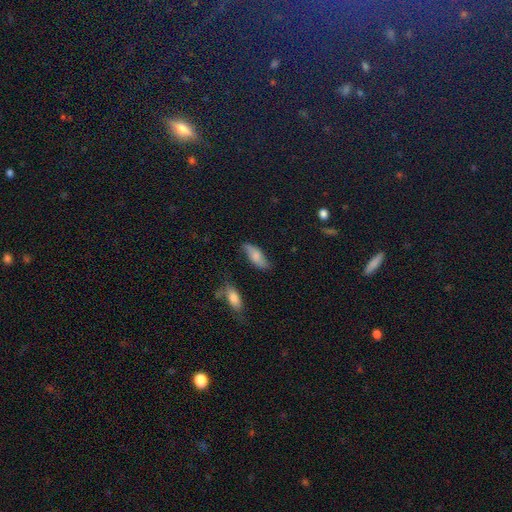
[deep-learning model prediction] Smooth or featured?
  - smooth: 64% *
  - featured or disk: 28%
  - star or artifact: 8%
How rounded?
  - in between: 74% *
  - cigar-shaped: 23%
  - round: 3%
Merging?
  - none: 69% *
  - minor disturbance: 23%
  - major disturbance: 5%
  - merger: 3%